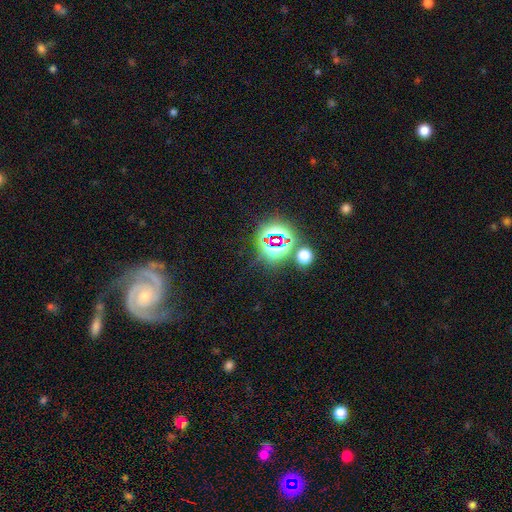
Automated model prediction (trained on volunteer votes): Morphology: type=featured or disk (50%); merging=none (73%).